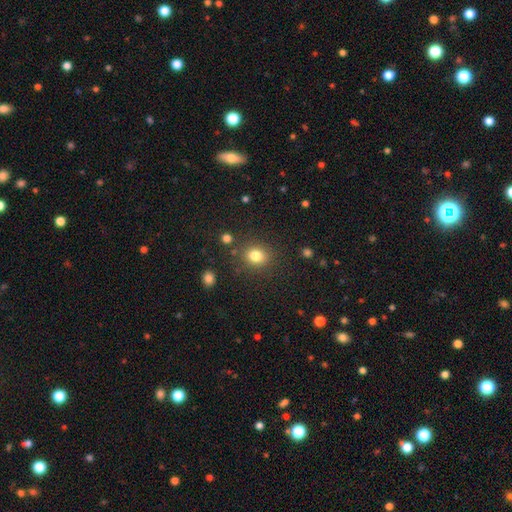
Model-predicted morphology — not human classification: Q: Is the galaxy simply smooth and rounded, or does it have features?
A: smooth — 81%.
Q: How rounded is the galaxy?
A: round — 73%.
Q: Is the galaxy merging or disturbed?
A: none — 83%.